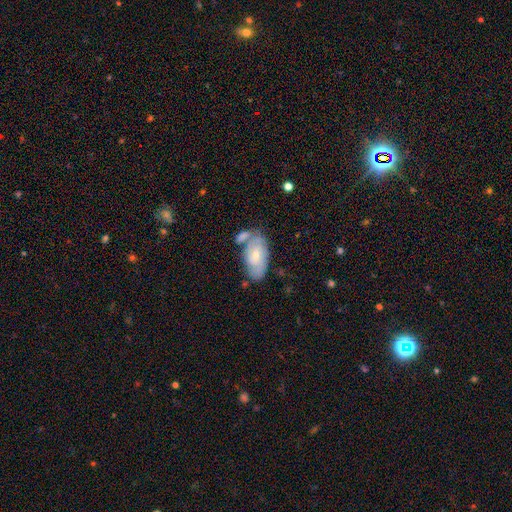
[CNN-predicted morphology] This appears to be a smooth galaxy with no disk features (50%). Merging: none (44%).